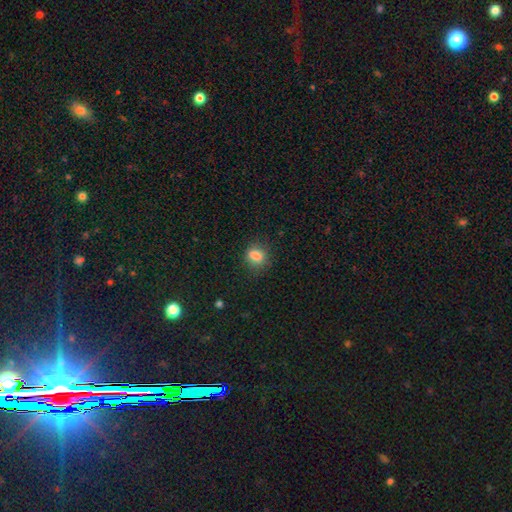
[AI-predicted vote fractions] Smooth or featured? smooth (83%)
How rounded? in between (53%)
Merging? none (77%)